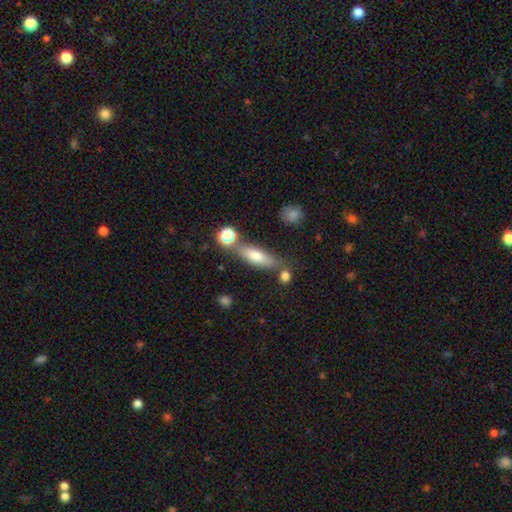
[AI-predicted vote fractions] Morphology: type=smooth (64%); roundness=cigar-shaped (54%); merging=none (67%).